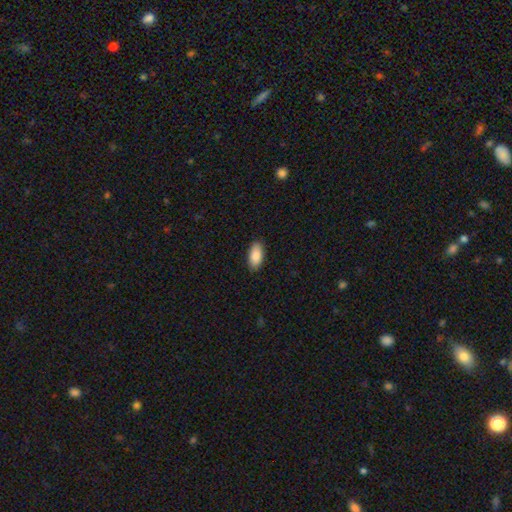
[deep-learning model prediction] This appears to be a smooth galaxy with no disk features (89%) that is in between round and cigar-shaped (93%). Merging: none (89%).